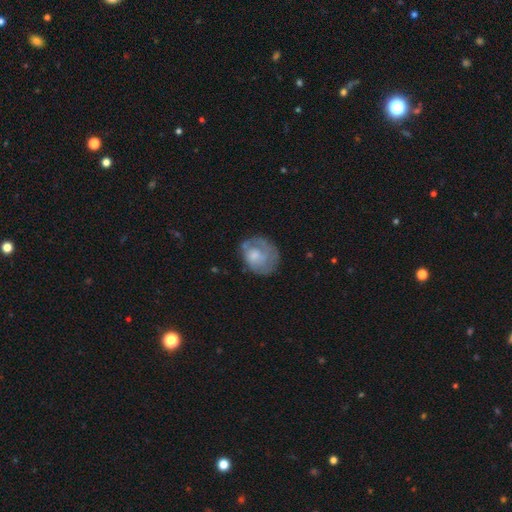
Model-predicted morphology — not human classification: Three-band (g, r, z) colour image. It shows a smooth galaxy with no disk features (51%) that is round (59%). Merging: none (52%).